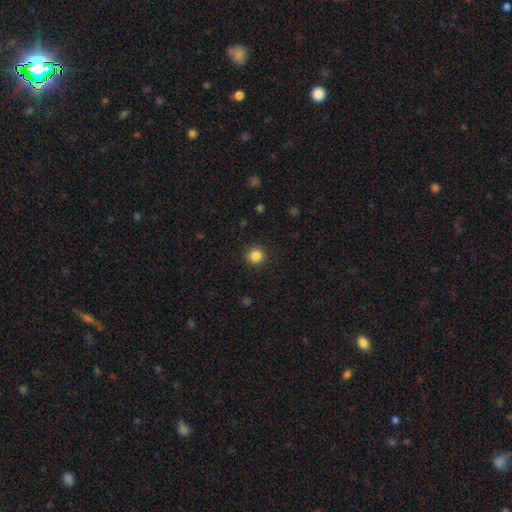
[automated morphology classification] Smooth or featured? Predicted: smooth (p=0.85). How rounded? Predicted: round (p=0.93). Merging? Predicted: none (p=0.91).